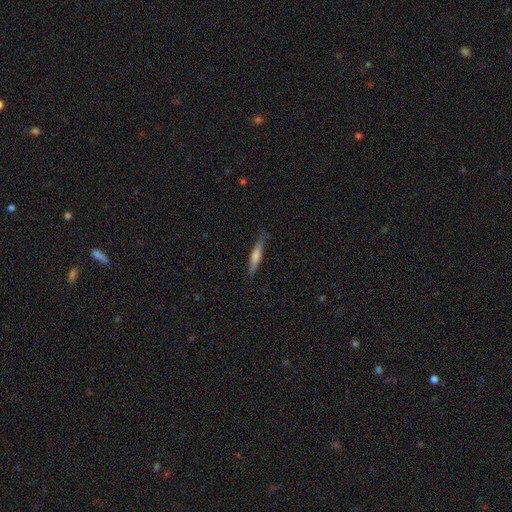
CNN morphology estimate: type=featured or disk (48%); merging=none (81%).